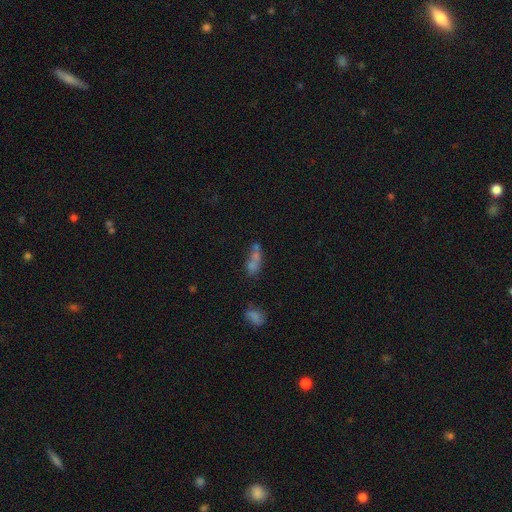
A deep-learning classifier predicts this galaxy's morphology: smooth 55%, star or artifact 23%, featured or disk 22%. Down the decision tree: how rounded — in between (60%); merging — none (38%).